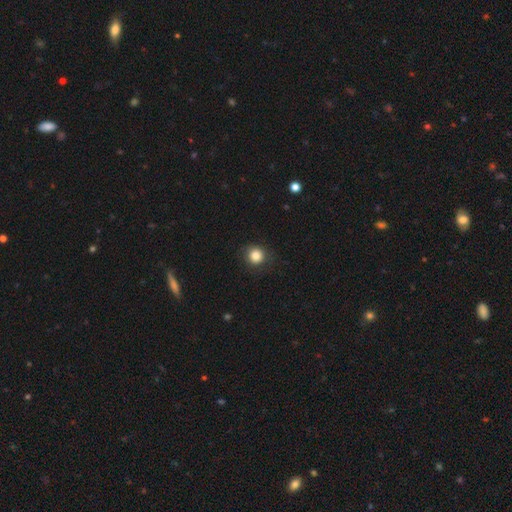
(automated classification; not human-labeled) The model was most divided on "merging": none: 84%, minor disturbance: 11%, major disturbance: 4%, merger: 1%. More confident: how rounded — round (90%); smooth or featured — smooth (86%).